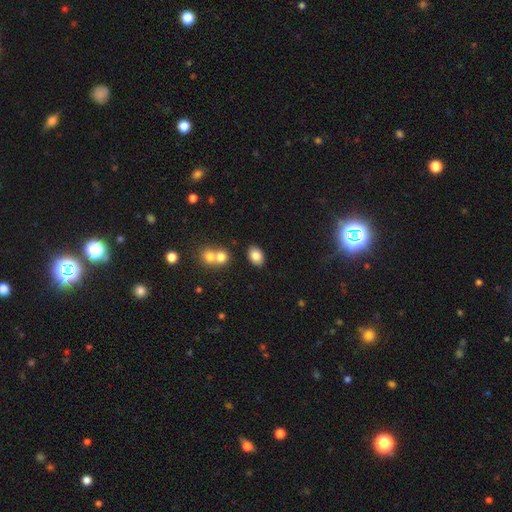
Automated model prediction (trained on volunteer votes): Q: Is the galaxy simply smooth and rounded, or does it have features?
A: smooth — 83%.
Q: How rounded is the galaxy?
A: in between — 85%.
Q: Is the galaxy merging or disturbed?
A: none — 81%.